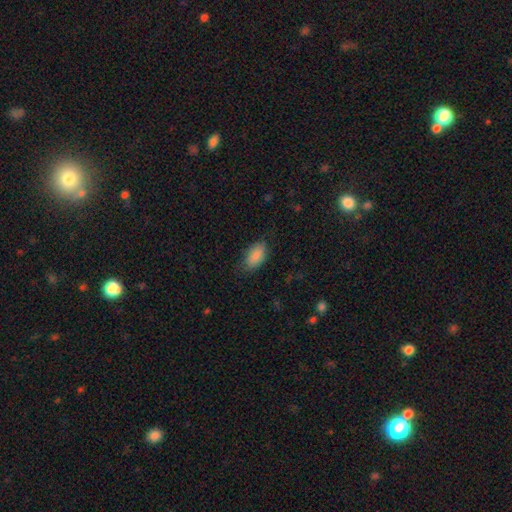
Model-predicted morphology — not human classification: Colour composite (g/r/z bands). It shows a smooth galaxy with no disk features (87%) that is in between round and cigar-shaped (93%). Merging: none (73%).